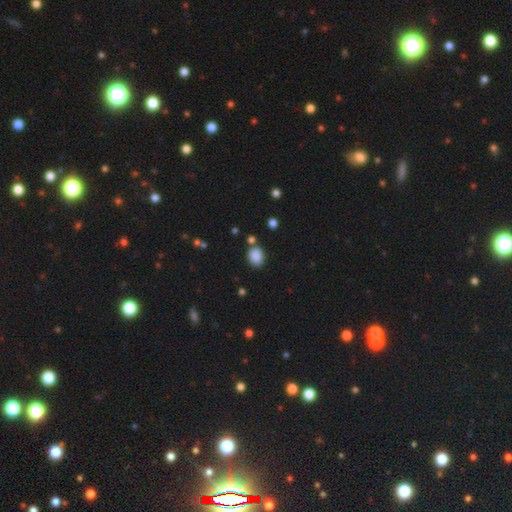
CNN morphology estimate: Q: Smooth or featured?
A: smooth (87%); runner-up: star or artifact (10%)
Q: How rounded?
A: in between (51%); runner-up: round (48%)
Q: Merging?
A: none (76%); runner-up: minor disturbance (13%)